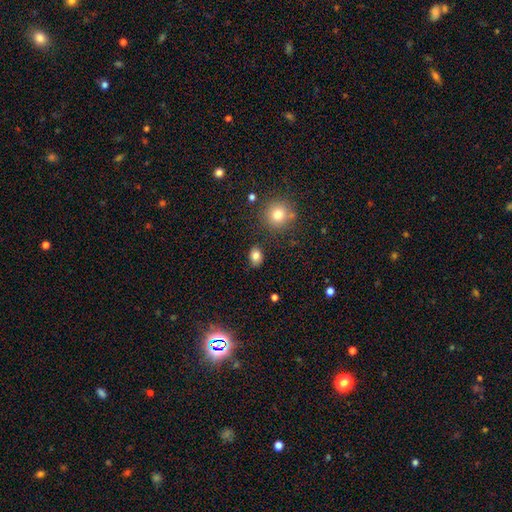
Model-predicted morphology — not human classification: Smooth or featured? Predicted: smooth (p=0.82). How rounded? Predicted: in between (p=0.58). Merging? Predicted: none (p=0.80).